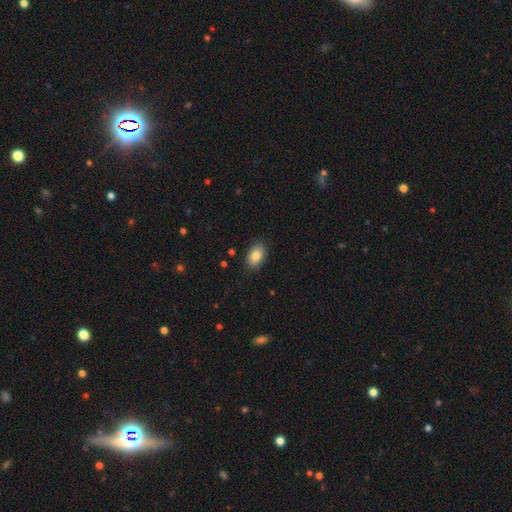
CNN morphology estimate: smooth 85%, star or artifact 8%, featured or disk 8%. Down the decision tree: how rounded — in between (88%); merging — none (86%).